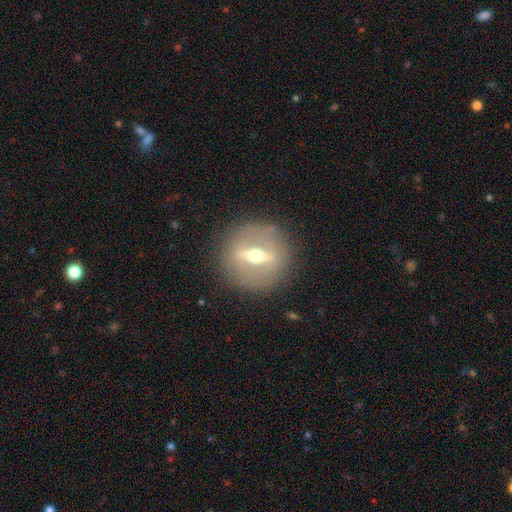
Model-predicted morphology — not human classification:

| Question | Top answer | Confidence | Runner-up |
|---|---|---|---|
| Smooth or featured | featured or disk | 77% | smooth (16%) |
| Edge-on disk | no | 55% | yes (45%) |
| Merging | none | 87% | minor disturbance (8%) |